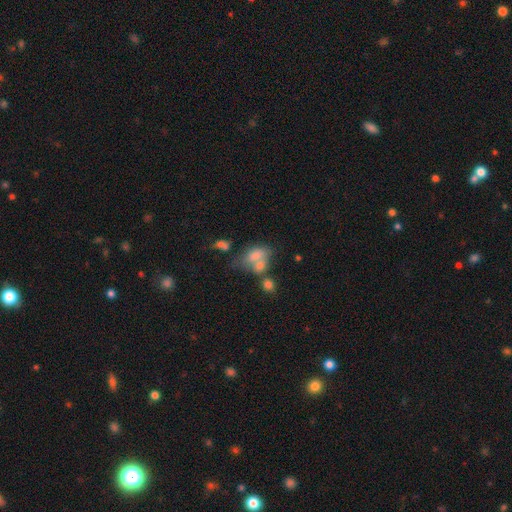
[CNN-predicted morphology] This appears to be a smooth galaxy with no disk features (65%) that is in between round and cigar-shaped (79%). Merging: merger (46%).